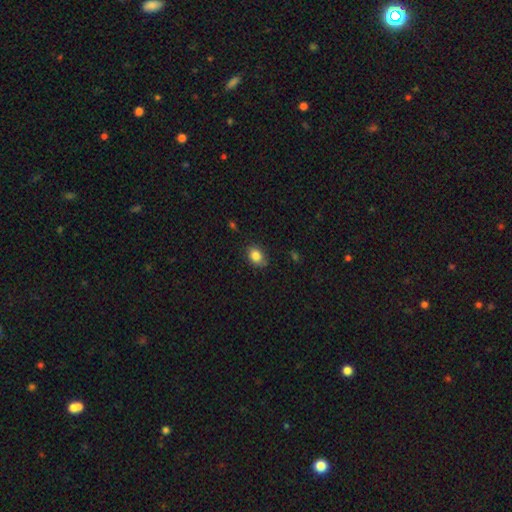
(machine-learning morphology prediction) Smooth or featured? Predicted: smooth (p=0.84). How rounded? Predicted: in between (p=0.67). Merging? Predicted: none (p=0.79).